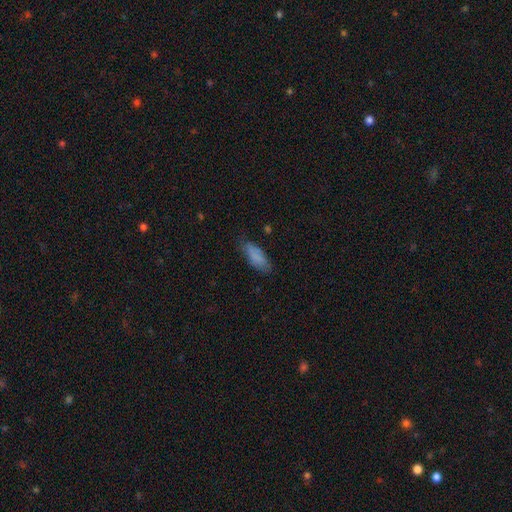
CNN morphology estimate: type=smooth (82%); roundness=in between (71%); merging=none (72%).